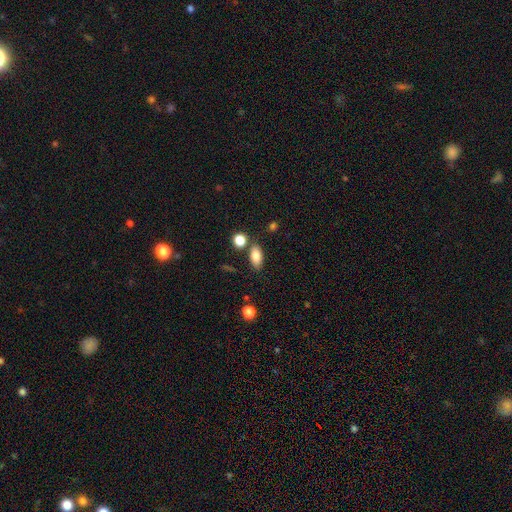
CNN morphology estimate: Smooth or featured?
  - smooth: 81% *
  - featured or disk: 10%
  - star or artifact: 9%
How rounded?
  - in between: 87% *
  - round: 7%
  - cigar-shaped: 6%
Merging?
  - none: 77% *
  - minor disturbance: 12%
  - merger: 8%
  - major disturbance: 3%